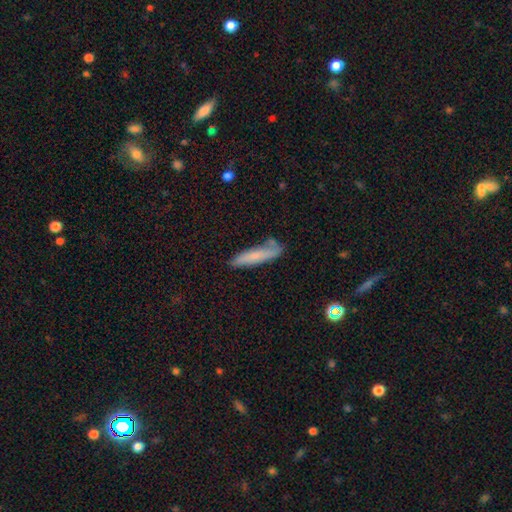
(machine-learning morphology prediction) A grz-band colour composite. It shows a smooth galaxy with no disk features (69%) that is cigar-shaped (83%). Merging: none (68%).